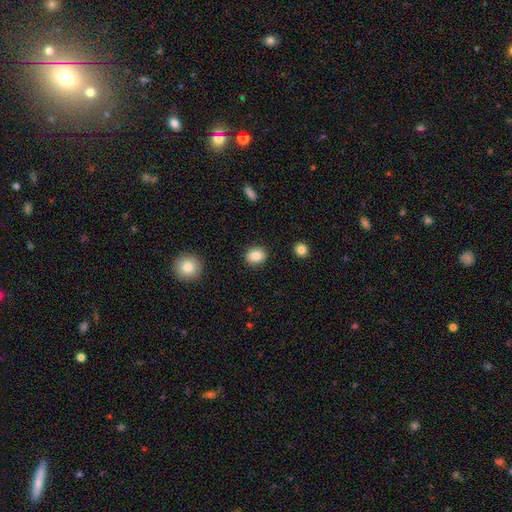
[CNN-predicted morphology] Q: Smooth or featured?
A: smooth (86%); runner-up: star or artifact (9%)
Q: How rounded?
A: round (58%); runner-up: in between (41%)
Q: Merging?
A: none (88%); runner-up: minor disturbance (8%)